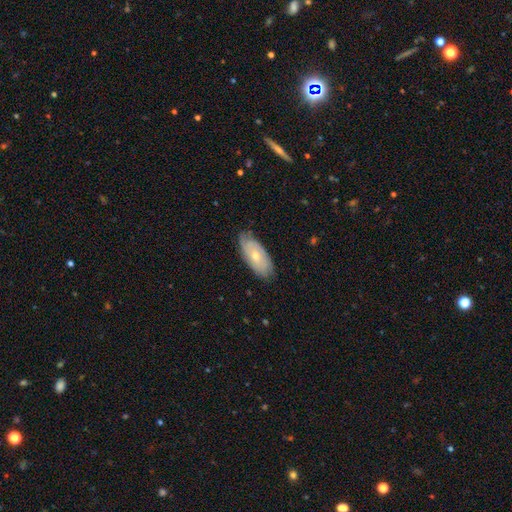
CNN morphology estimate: A featured or disk galaxy (54%). Merging: none (74%).